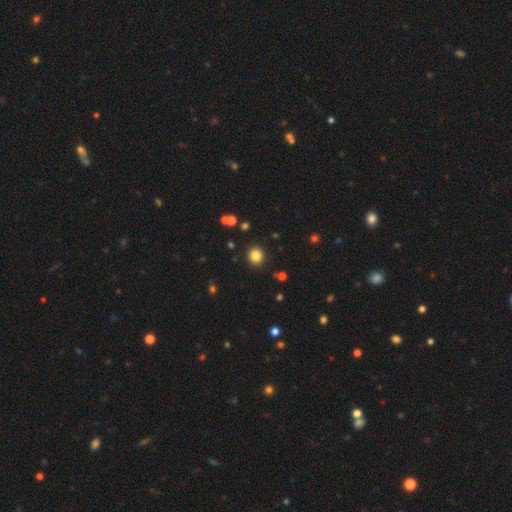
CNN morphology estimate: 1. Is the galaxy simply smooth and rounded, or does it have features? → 83% smooth, 12% star or artifact, 5% featured or disk.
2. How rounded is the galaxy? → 91% round, 9% in between, 1% cigar-shaped.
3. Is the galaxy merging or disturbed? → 91% none, 5% minor disturbance, 2% major disturbance, 2% merger.